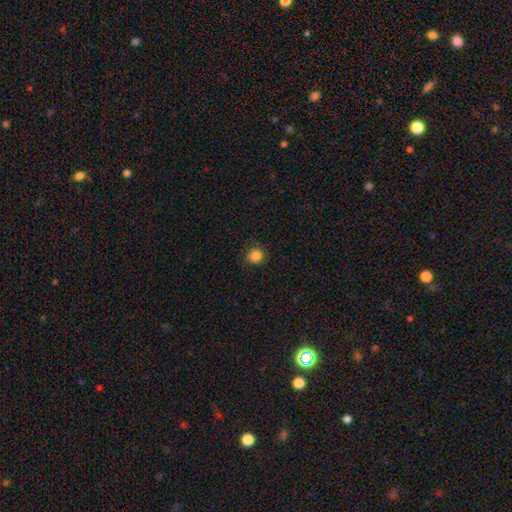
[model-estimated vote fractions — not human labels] This appears to be a smooth galaxy with no disk features (86%) that is round (93%). Merging: none (89%).